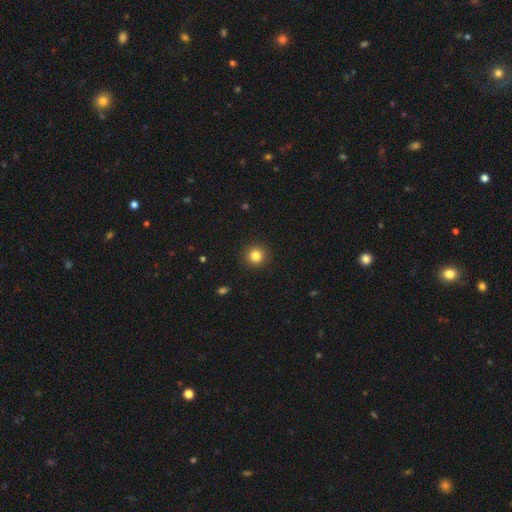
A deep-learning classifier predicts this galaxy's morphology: Overall: smooth (83%). How rounded: round (95%). Merging: none (92%).